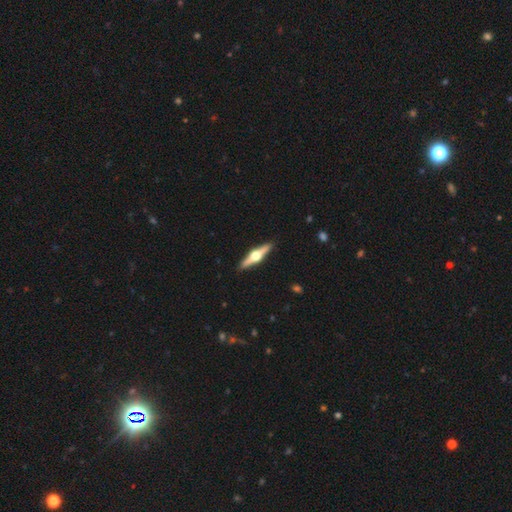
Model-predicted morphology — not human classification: Q: Smooth or featured?
A: featured or disk (77%); runner-up: smooth (19%)
Q: Edge-on disk?
A: yes (98%); runner-up: no (2%)
Q: Edge-on bulge?
A: rounded (96%); runner-up: boxy (2%)
Q: Merging?
A: none (91%); runner-up: minor disturbance (6%)